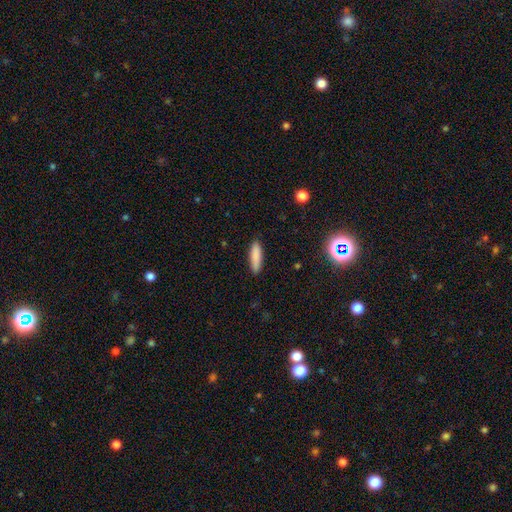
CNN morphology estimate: smooth-or-featured: smooth: 86% | featured or disk: 7% | star or artifact: 7%
  how-rounded: cigar-shaped: 66% | in between: 33% | round: 2%
  merging: none: 88% | minor disturbance: 9% | major disturbance: 2% | merger: 1%